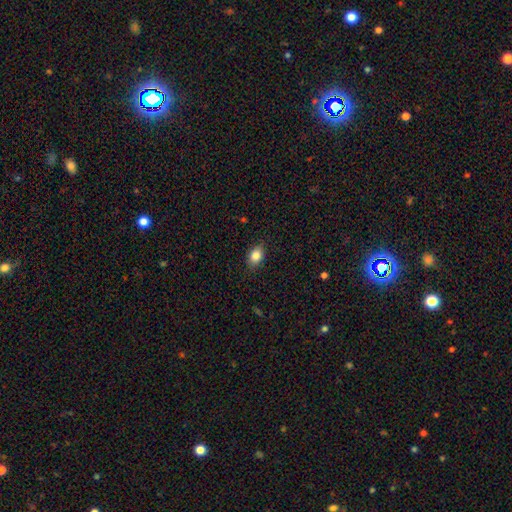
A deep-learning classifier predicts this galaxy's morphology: A smooth galaxy with no disk features (85%) that is in between round and cigar-shaped (71%).

Vote fractions:
- Smooth or featured? smooth: 85% / star or artifact: 9% / featured or disk: 6%
- How rounded? in between: 71% / round: 27% / cigar-shaped: 1%
- Merging? none: 86% / minor disturbance: 11% / major disturbance: 2% / merger: 1%